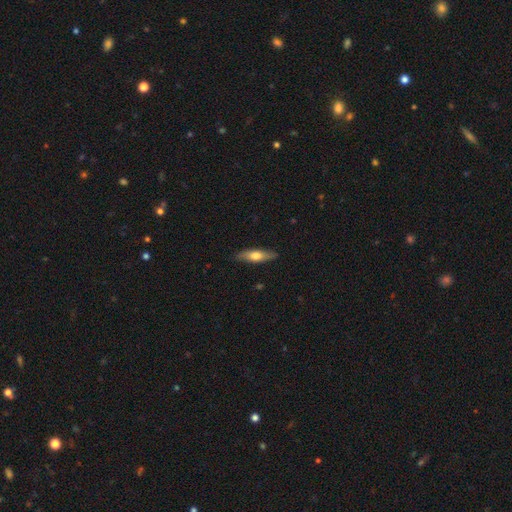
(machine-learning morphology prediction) smooth 57%, featured or disk 38%, star or artifact 5%. Down the decision tree: how rounded — cigar-shaped (63%); merging — none (87%).